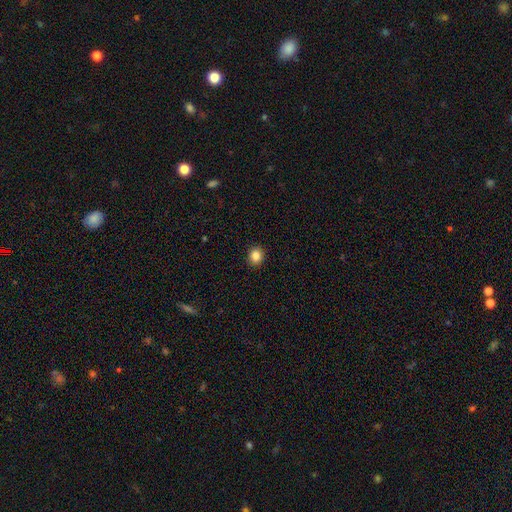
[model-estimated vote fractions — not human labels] Smooth or featured?
  - smooth: 84% *
  - star or artifact: 10%
  - featured or disk: 6%
How rounded?
  - round: 78% *
  - in between: 21%
  - cigar-shaped: 1%
Merging?
  - none: 92% *
  - minor disturbance: 5%
  - major disturbance: 2%
  - merger: 1%